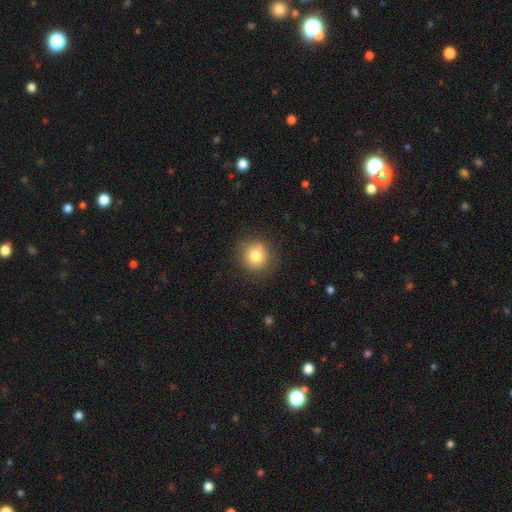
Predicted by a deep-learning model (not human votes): smooth_or_featured: smooth (p=0.79) [alt: star or artifact p=0.11]
how_rounded: round (p=0.90) [alt: in between p=0.09]
merging: none (p=0.82) [alt: minor disturbance p=0.12]